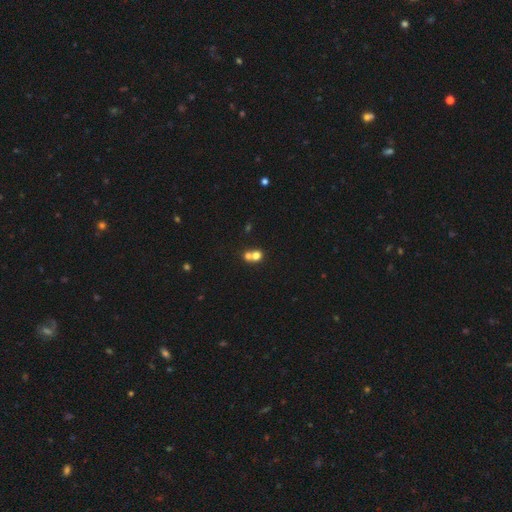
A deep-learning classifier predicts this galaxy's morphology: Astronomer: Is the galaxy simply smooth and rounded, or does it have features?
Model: smooth — 71%.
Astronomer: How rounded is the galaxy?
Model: round — 79%.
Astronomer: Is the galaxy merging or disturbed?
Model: merger — 57% (runner-up: none, 34%).